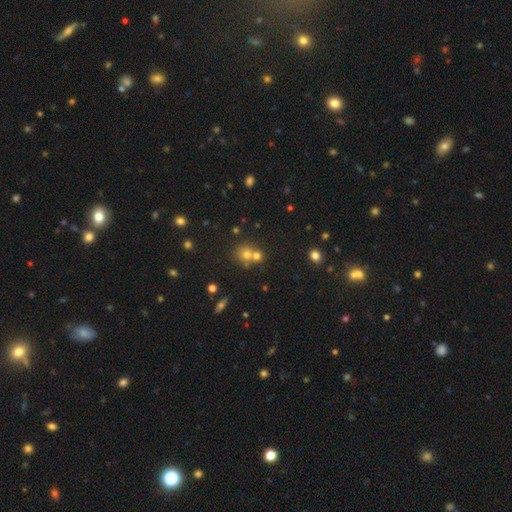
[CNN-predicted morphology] This is possibly a smooth galaxy (56%). How rounded: clearly round (84%). Merging: possibly none (55%).